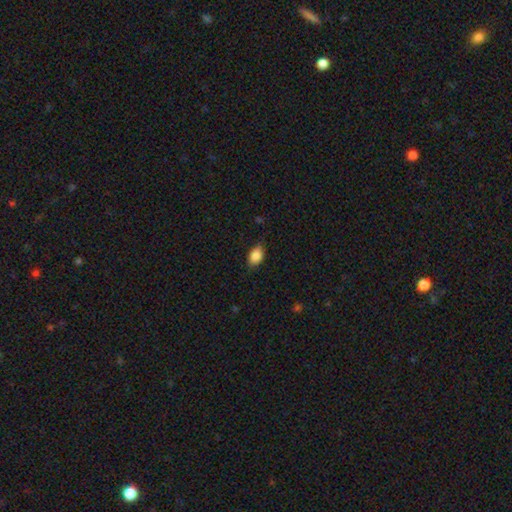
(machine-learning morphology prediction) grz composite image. It shows a smooth galaxy with no disk features (87%) that is in between round and cigar-shaped (86%). Merging: none (79%).